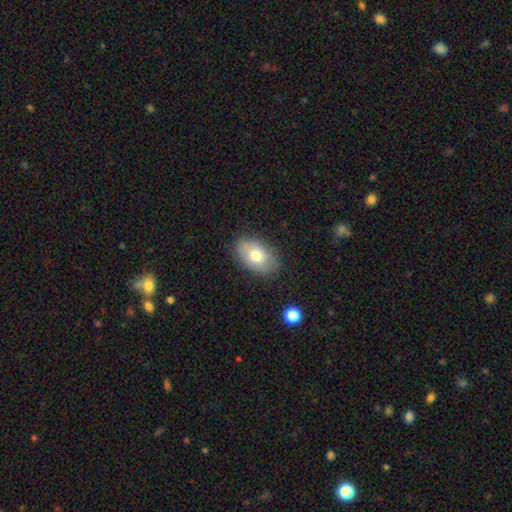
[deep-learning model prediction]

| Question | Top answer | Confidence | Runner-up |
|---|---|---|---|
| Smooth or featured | smooth | 72% | featured or disk (20%) |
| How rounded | in between | 89% | round (10%) |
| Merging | none | 80% | minor disturbance (15%) |